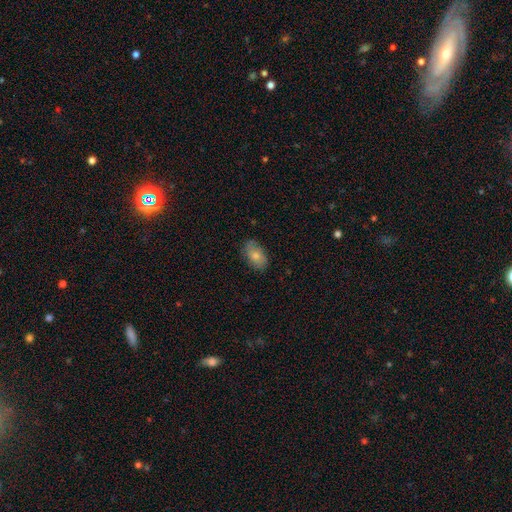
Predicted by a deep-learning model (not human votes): Overall: smooth (77%). How rounded: in between (90%). Merging: none (81%).